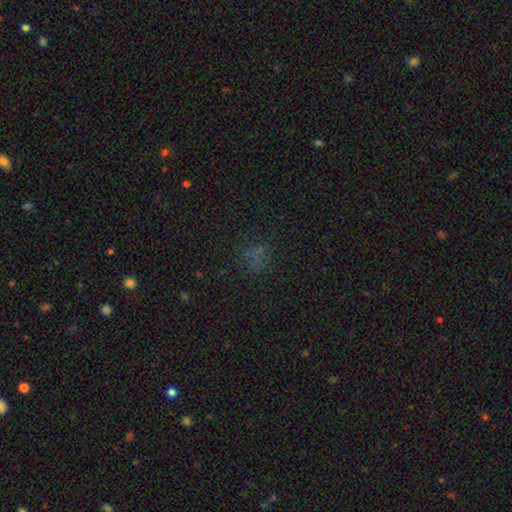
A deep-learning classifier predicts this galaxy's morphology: smooth 46%, star or artifact 42%, featured or disk 12%. Down the decision tree: merging — none (72%).